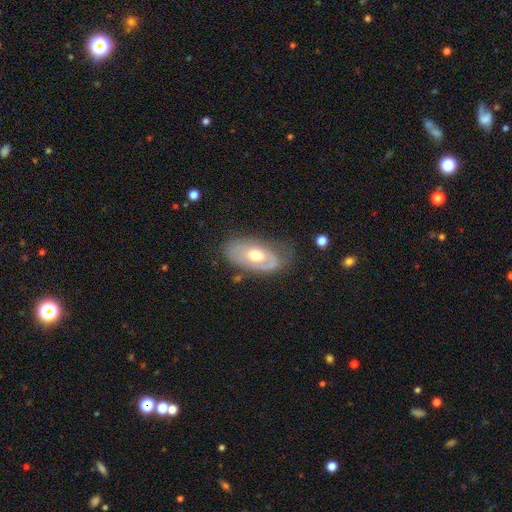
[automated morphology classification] smooth_or_featured: featured or disk (p=0.54) [alt: smooth p=0.39]
disk_edge_on: no (p=0.89) [alt: yes p=0.11]
merging: none (p=0.58) [alt: minor disturbance p=0.27]